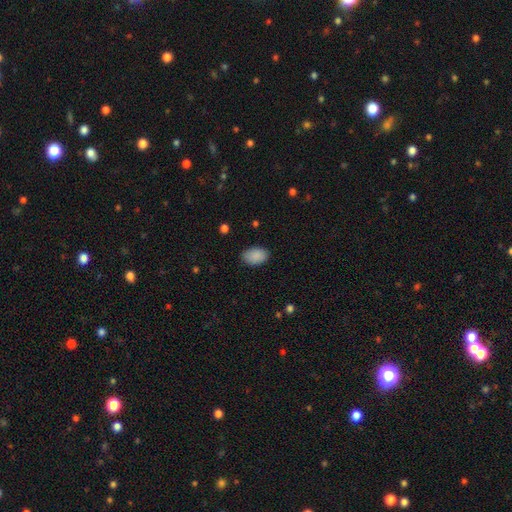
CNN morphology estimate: The model was most divided on "merging": none: 85%, minor disturbance: 12%, major disturbance: 3%, merger: 1%. More confident: smooth or featured — smooth (89%); how rounded — in between (89%).